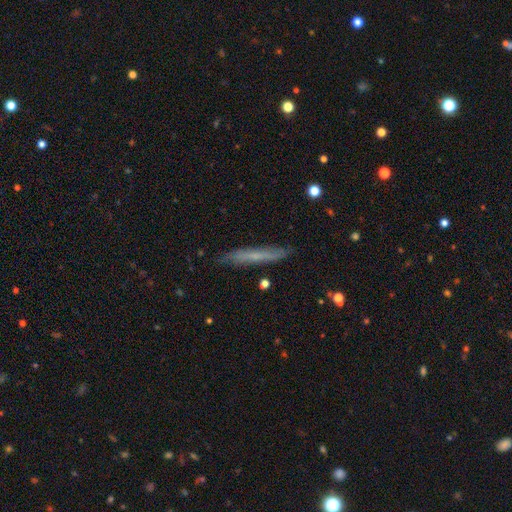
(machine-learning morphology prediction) A smooth galaxy with no disk features (50%).

Vote fractions:
- Smooth or featured? smooth: 50% / featured or disk: 42% / star or artifact: 8%
- Merging? none: 84% / minor disturbance: 12% / major disturbance: 2% / merger: 2%